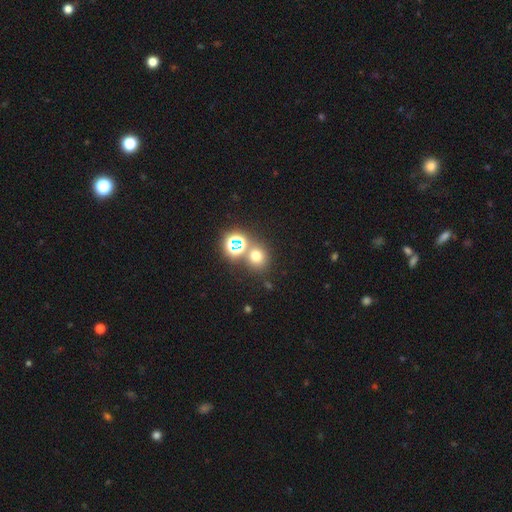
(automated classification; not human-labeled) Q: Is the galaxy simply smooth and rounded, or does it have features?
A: smooth — 61%.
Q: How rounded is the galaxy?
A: round — 82%.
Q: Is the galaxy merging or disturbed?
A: none — 68%.